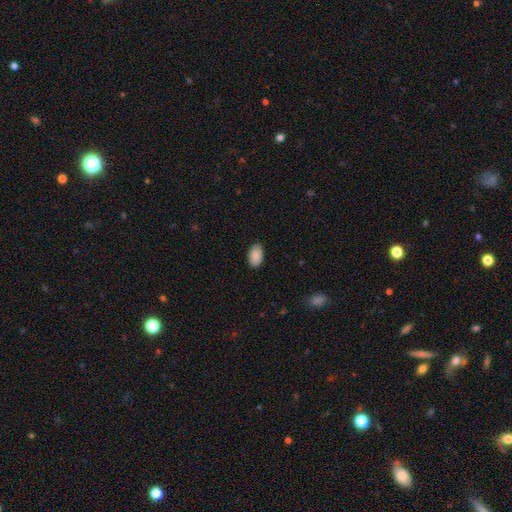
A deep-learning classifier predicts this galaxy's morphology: Q: Smooth or featured?
A: smooth (89%); runner-up: star or artifact (7%)
Q: How rounded?
A: in between (94%); runner-up: round (5%)
Q: Merging?
A: none (86%); runner-up: minor disturbance (10%)